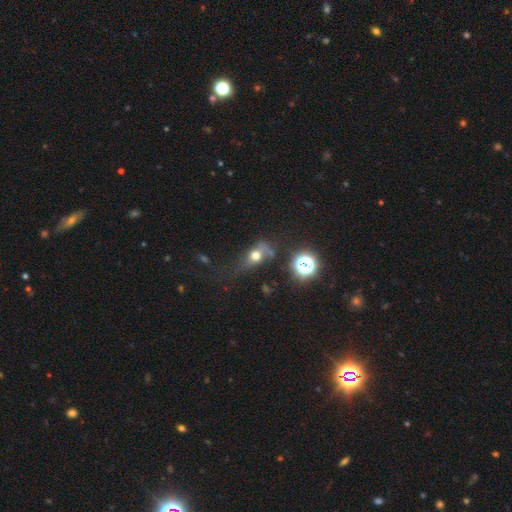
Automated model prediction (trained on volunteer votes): smooth_or_featured: smooth (p=0.57) [alt: featured or disk p=0.23]
how_rounded: in between (p=0.48) [alt: round p=0.46]
merging: none (p=0.35) [alt: major disturbance p=0.30]